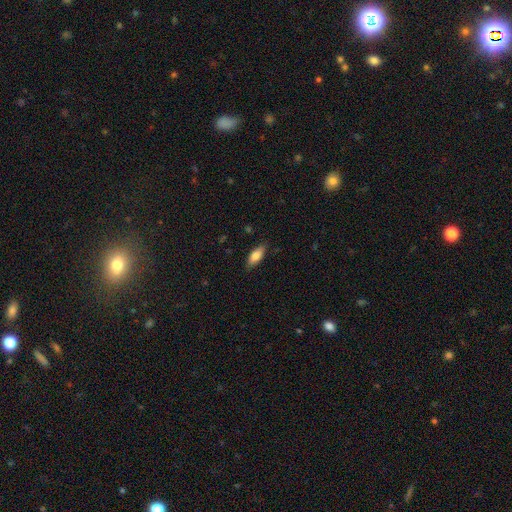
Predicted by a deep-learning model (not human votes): This is clearly a smooth galaxy (81%). How rounded: clearly in between (81%). Merging: clearly none (84%).